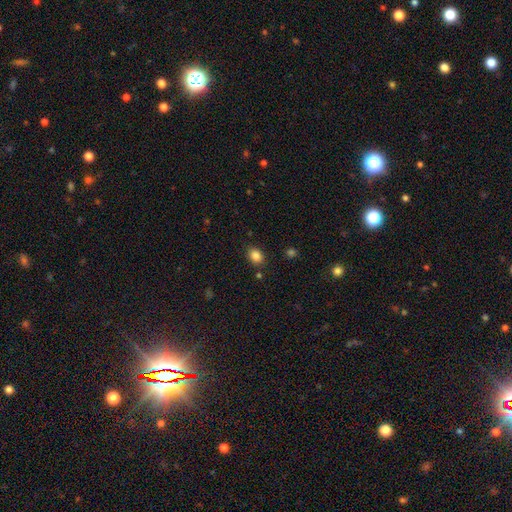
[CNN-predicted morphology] A smooth galaxy with no disk features (84%) that is in between round and cigar-shaped (53%).

Vote fractions:
- Smooth or featured? smooth: 84% / star or artifact: 11% / featured or disk: 5%
- How rounded? in between: 53% / round: 46% / cigar-shaped: 1%
- Merging? none: 84% / minor disturbance: 10% / merger: 3% / major disturbance: 3%